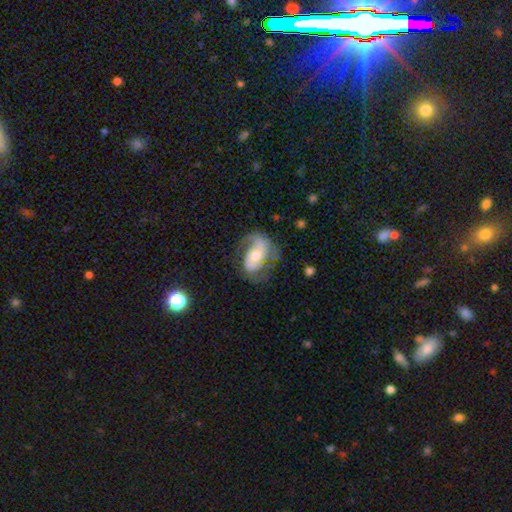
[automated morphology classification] Smooth or featured?
  - featured or disk: 78% *
  - smooth: 16%
  - star or artifact: 6%
Edge-on disk?
  - no: 97% *
  - yes: 3%
Bar?
  - no: 51% *
  - weak: 34%
  - strong: 15%
Spiral arms?
  - yes: 92% *
  - no: 8%
Spiral winding?
  - medium: 44% *
  - loose: 37%
  - tight: 20%
Spiral arm count?
  - 2: 61% *
  - 1: 27%
  - can't tell: 7%
  - 3: 2%
  - 4: 1%
  - more than 4: 1%
Bulge size?
  - moderate: 60% *
  - small: 31%
  - large: 6%
  - none: 1%
  - dominant: 1%
Merging?
  - none: 58% *
  - minor disturbance: 21%
  - major disturbance: 19%
  - merger: 2%